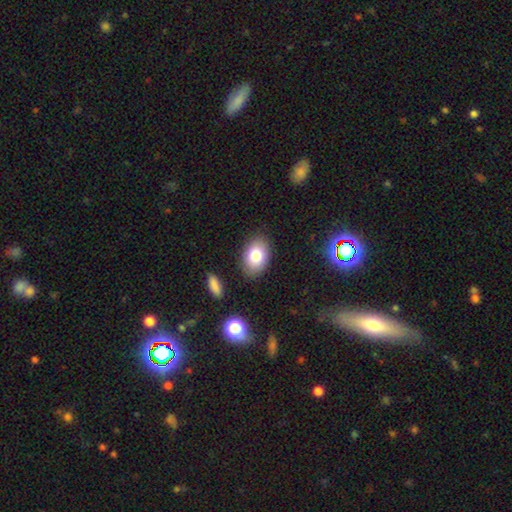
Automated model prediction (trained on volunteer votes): A smooth galaxy with no disk features (81%) that is in between round and cigar-shaped (86%). Merging: none (85%).